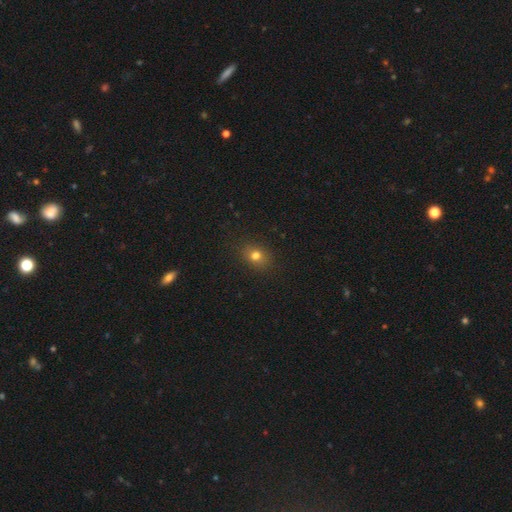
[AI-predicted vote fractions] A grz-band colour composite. It shows a smooth galaxy with no disk features (77%) that is round (57%). Merging: none (86%).